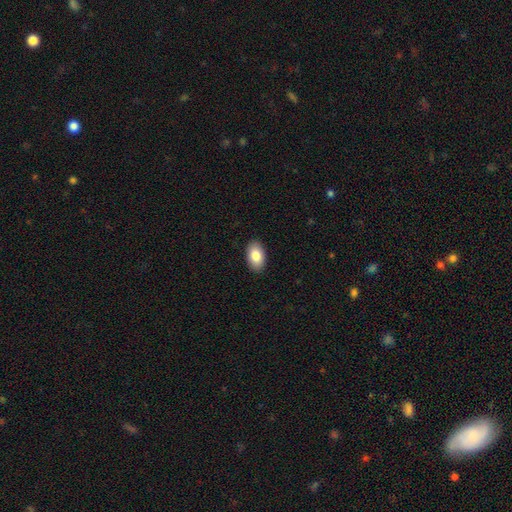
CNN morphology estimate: Smooth or featured?
  - smooth: 86% *
  - featured or disk: 8%
  - star or artifact: 7%
How rounded?
  - in between: 94% *
  - round: 5%
  - cigar-shaped: 1%
Merging?
  - none: 90% *
  - minor disturbance: 8%
  - major disturbance: 2%
  - merger: 1%